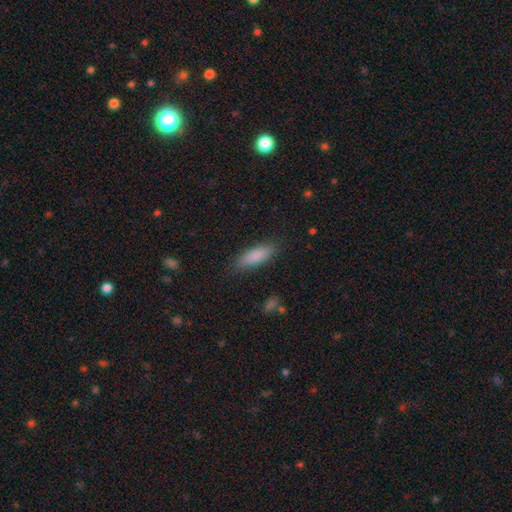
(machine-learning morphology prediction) The model was most divided on "how rounded": in between: 60%, cigar-shaped: 38%, round: 2%. More confident: smooth or featured — smooth (87%); merging — none (85%).